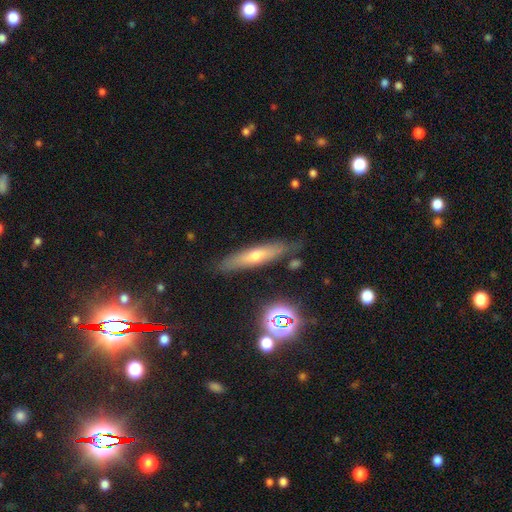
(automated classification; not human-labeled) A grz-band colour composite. It shows a featured or disk galaxy (47%). Merging: none (84%).